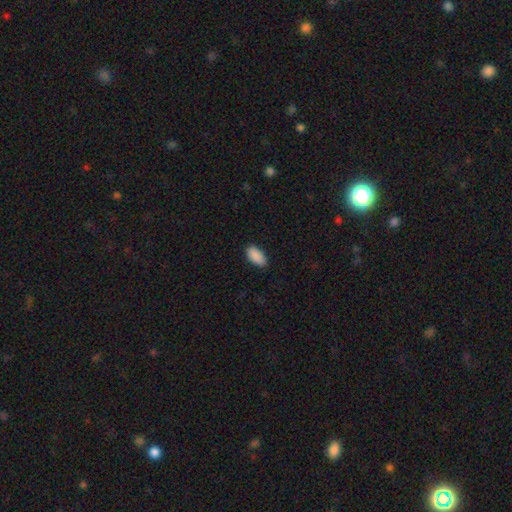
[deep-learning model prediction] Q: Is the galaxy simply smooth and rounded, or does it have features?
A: smooth — 91%.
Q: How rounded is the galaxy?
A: in between — 94%.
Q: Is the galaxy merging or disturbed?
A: none — 87%.